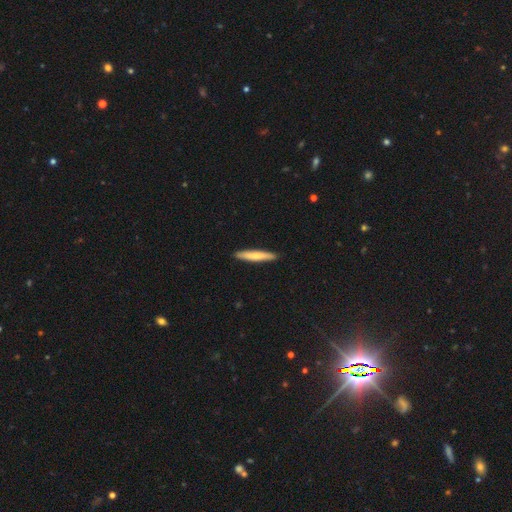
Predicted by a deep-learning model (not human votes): Smooth or featured? Predicted: smooth (p=0.65). How rounded? Predicted: cigar-shaped (p=0.92). Merging? Predicted: none (p=0.91).